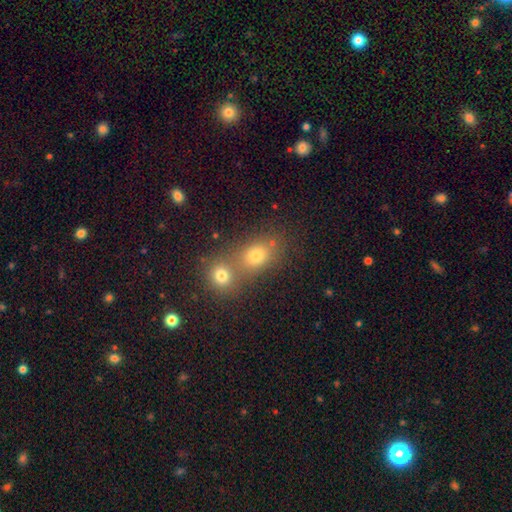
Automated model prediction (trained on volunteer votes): This appears to be a smooth galaxy with no disk features (73%) that is round (57%). Merging: merger (47%).